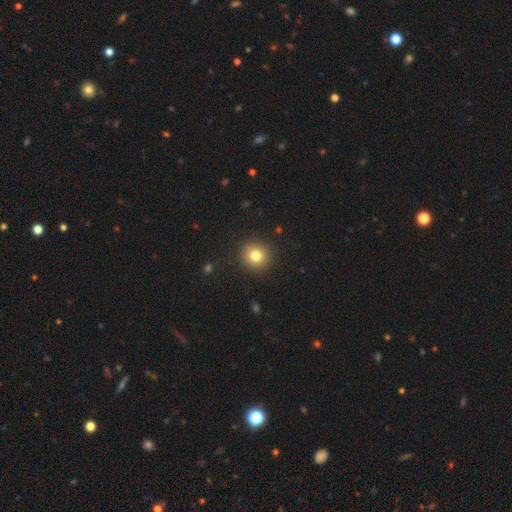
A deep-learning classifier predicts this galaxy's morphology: Smooth or featured? Predicted: smooth (p=0.81). How rounded? Predicted: round (p=0.90). Merging? Predicted: none (p=0.90).